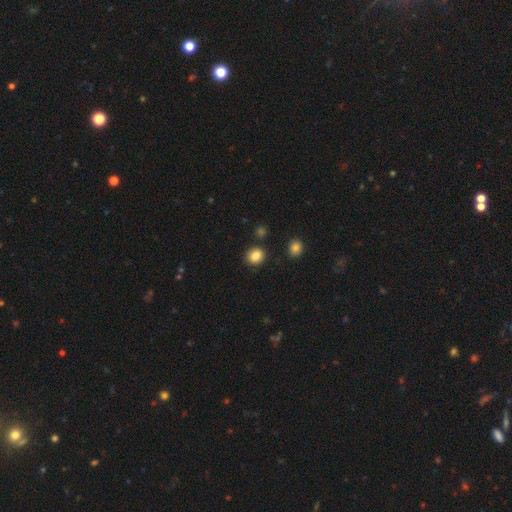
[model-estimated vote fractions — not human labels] The model was most divided on "how rounded": round: 66%, in between: 33%, cigar-shaped: 1%. More confident: smooth or featured — smooth (86%); merging — none (85%).